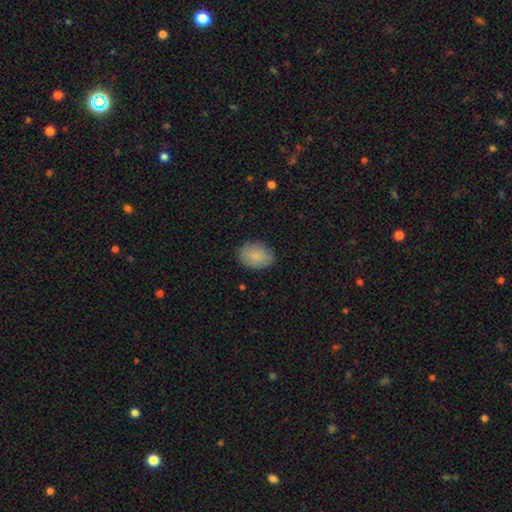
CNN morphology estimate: type=smooth (85%); roundness=in between (68%); merging=none (82%).